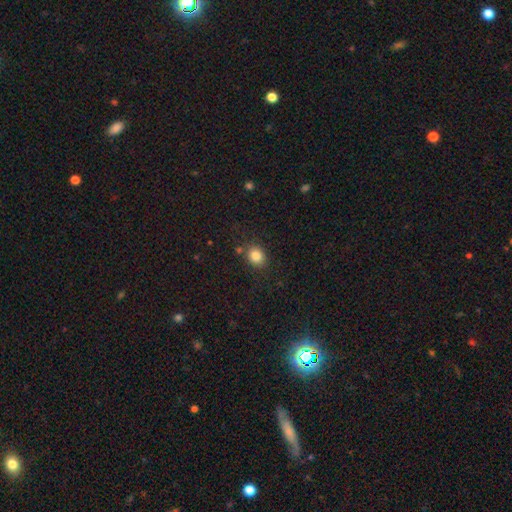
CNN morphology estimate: smooth_or_featured: smooth (p=0.84) [alt: star or artifact p=0.11]
how_rounded: round (p=0.64) [alt: in between p=0.35]
merging: none (p=0.81) [alt: minor disturbance p=0.11]